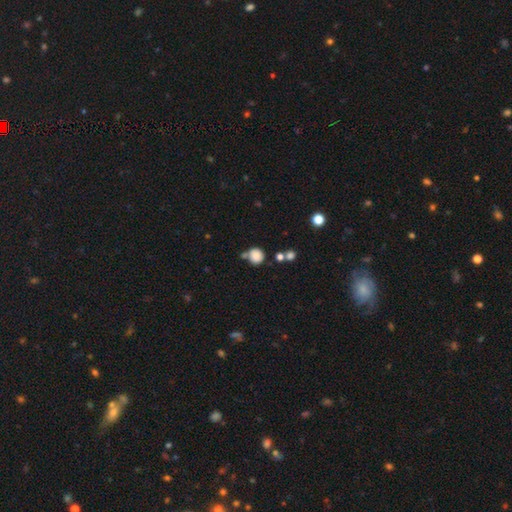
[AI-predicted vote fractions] This is clearly a smooth galaxy (84%). How rounded: clearly round (87%). Merging: possibly none (60%).